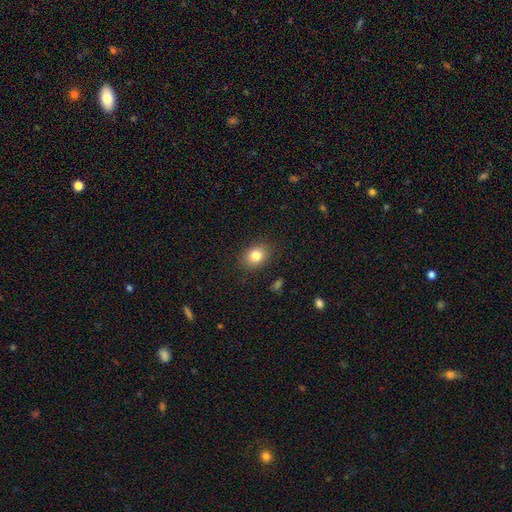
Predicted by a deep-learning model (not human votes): smooth-or-featured: smooth: 82% | star or artifact: 10% | featured or disk: 8%
  how-rounded: in between: 56% | round: 43% | cigar-shaped: 1%
  merging: none: 85% | minor disturbance: 11% | major disturbance: 3% | merger: 1%